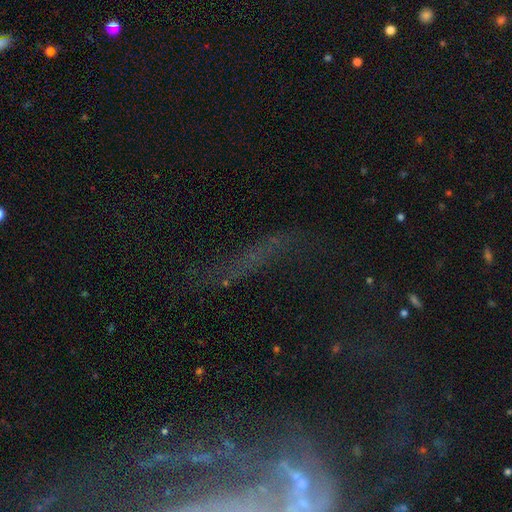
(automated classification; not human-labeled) Q: Smooth or featured?
A: star or artifact (46%); runner-up: featured or disk (34%)